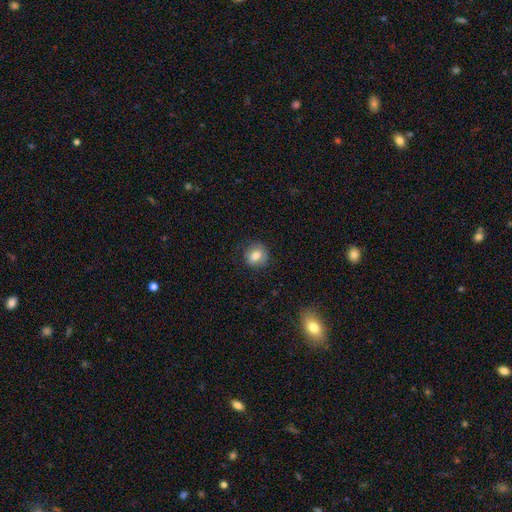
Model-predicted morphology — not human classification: Smooth or featured? smooth (78%)
How rounded? round (68%)
Merging? none (80%)